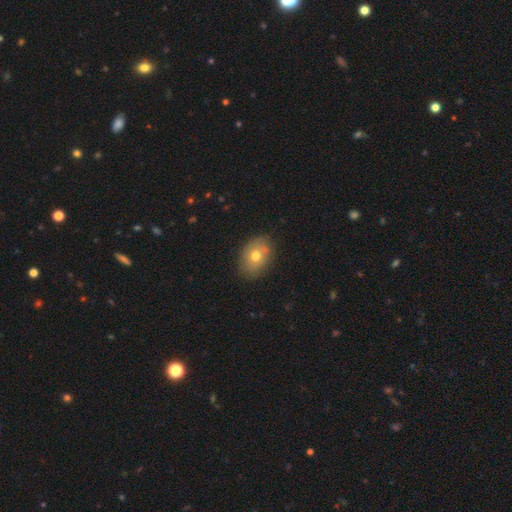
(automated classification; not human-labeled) This appears to be a smooth galaxy with no disk features (66%) that is in between round and cigar-shaped (73%). Merging: none (79%).